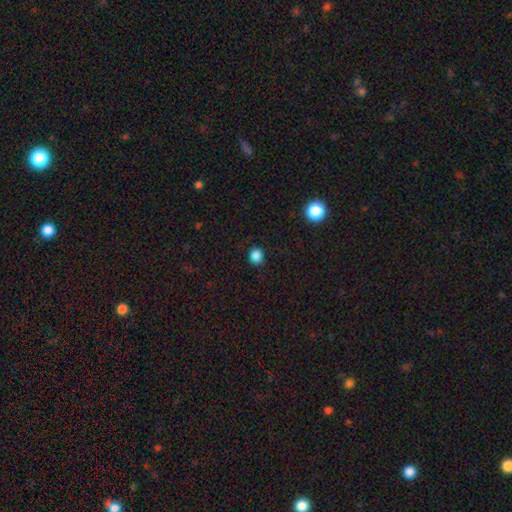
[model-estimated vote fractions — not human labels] Overall: smooth (85%). How rounded: round (71%). Merging: none (87%).